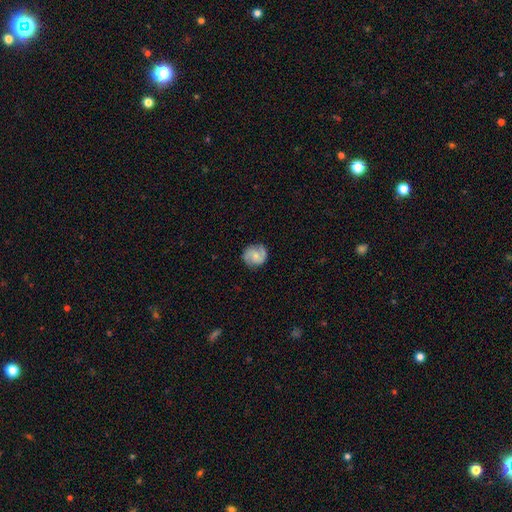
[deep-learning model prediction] Smooth or featured?
  - featured or disk: 67% *
  - smooth: 26%
  - star or artifact: 7%
Edge-on disk?
  - no: 98% *
  - yes: 2%
Bar?
  - no: 57% *
  - weak: 36%
  - strong: 7%
Spiral arms?
  - yes: 94% *
  - no: 6%
Spiral winding?
  - medium: 49% *
  - tight: 35%
  - loose: 17%
Spiral arm count?
  - 2: 84% *
  - can't tell: 7%
  - 3: 5%
  - 1: 2%
  - 4: 1%
  - more than 4: 1%
Bulge size?
  - small: 49% *
  - moderate: 33%
  - none: 15%
  - large: 3%
  - dominant: 1%
Merging?
  - none: 80% *
  - minor disturbance: 14%
  - major disturbance: 4%
  - merger: 1%